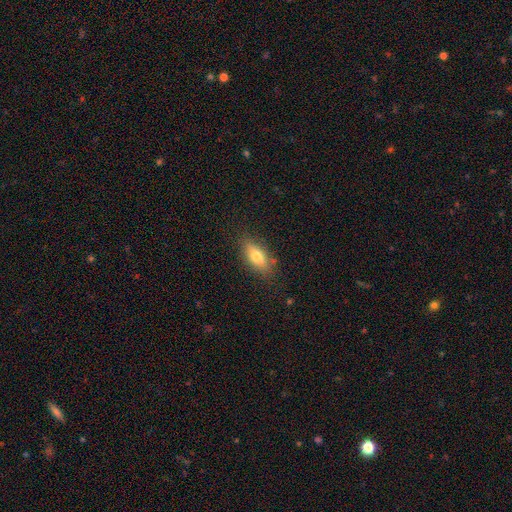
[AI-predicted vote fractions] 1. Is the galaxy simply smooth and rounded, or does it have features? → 69% smooth, 23% featured or disk, 8% star or artifact.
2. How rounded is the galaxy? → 75% in between, 21% cigar-shaped, 4% round.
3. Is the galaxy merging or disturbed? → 82% none, 13% minor disturbance, 3% major disturbance, 2% merger.